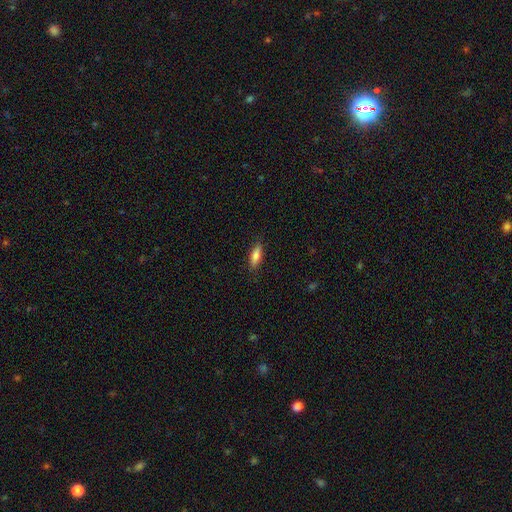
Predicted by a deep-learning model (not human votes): This appears to be a smooth galaxy with no disk features (77%) that is in between round and cigar-shaped (53%). Merging: none (86%).